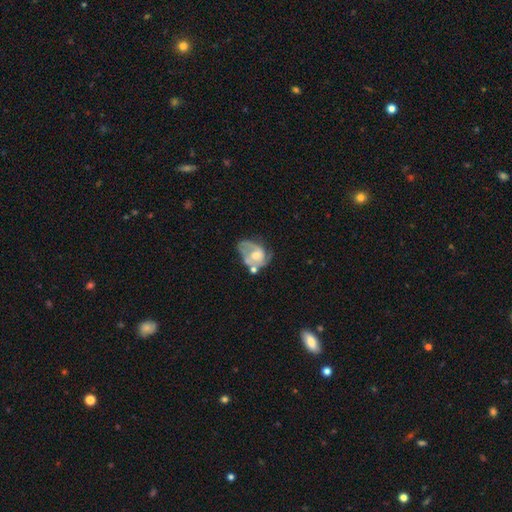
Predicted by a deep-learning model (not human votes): smooth-or-featured: featured or disk: 70% | smooth: 24% | star or artifact: 7%
  disk-edge-on: no: 97% | yes: 3%
    bar: no: 71% | weak: 25% | strong: 4%
    has-spiral-arms: yes: 72% | no: 28%
    bulge-size: moderate: 55% | small: 26% | large: 10% | none: 7% | dominant: 2%
  merging: none: 33% | major disturbance: 25% | minor disturbance: 24% | merger: 18%